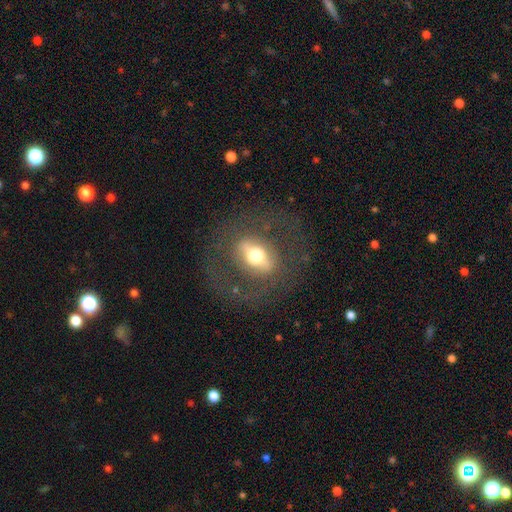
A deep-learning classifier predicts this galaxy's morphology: Smooth or featured? Predicted: featured or disk (p=0.55). Edge-on disk? Predicted: no (p=0.78). Merging? Predicted: none (p=0.71).